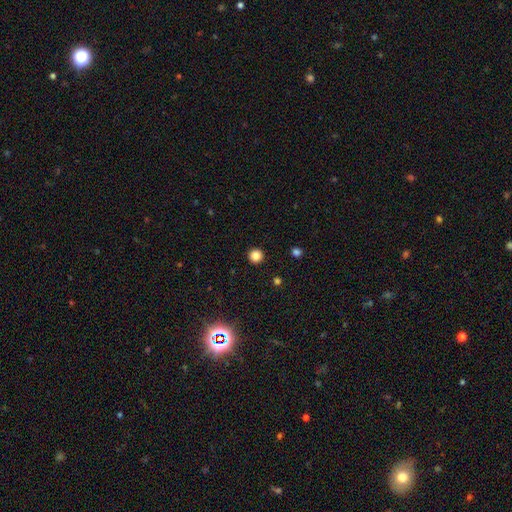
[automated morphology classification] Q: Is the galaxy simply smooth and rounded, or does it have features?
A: smooth — 84%.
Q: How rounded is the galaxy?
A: round — 96%.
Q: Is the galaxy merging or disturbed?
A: none — 94%.